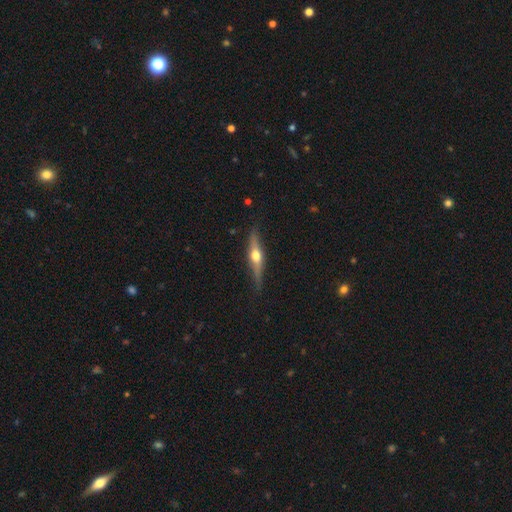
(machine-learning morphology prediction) Smooth or featured?
  - featured or disk: 70% *
  - smooth: 24%
  - star or artifact: 6%
Edge-on disk?
  - yes: 96% *
  - no: 4%
Edge-on bulge?
  - rounded: 95% *
  - boxy: 3%
  - none: 2%
Merging?
  - none: 84% *
  - minor disturbance: 12%
  - major disturbance: 2%
  - merger: 1%